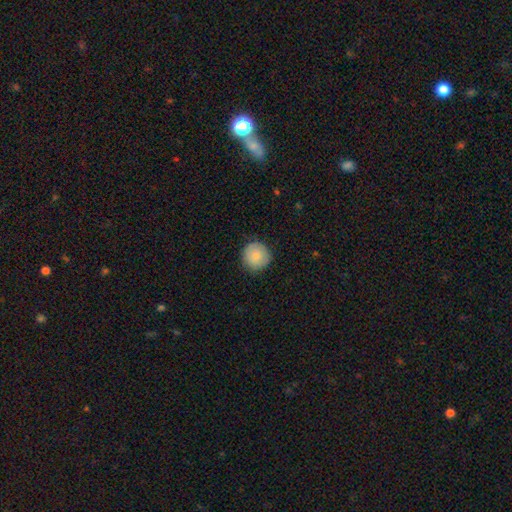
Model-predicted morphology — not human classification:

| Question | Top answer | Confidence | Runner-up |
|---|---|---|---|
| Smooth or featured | smooth | 85% | featured or disk (7%) |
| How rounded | round | 94% | in between (5%) |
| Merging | none | 87% | minor disturbance (10%) |